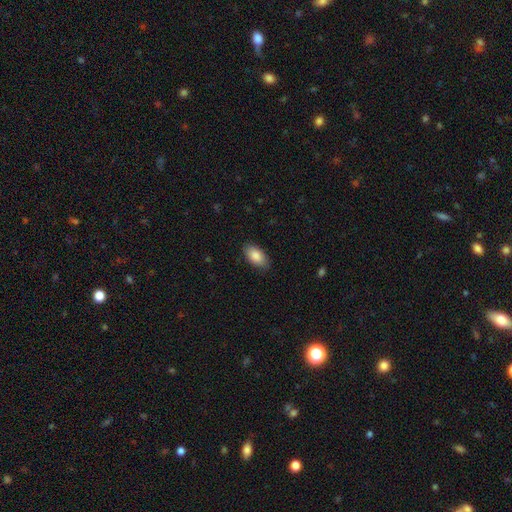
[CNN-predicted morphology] This is clearly a smooth galaxy (88%). How rounded: clearly in between (94%). Merging: clearly none (87%).